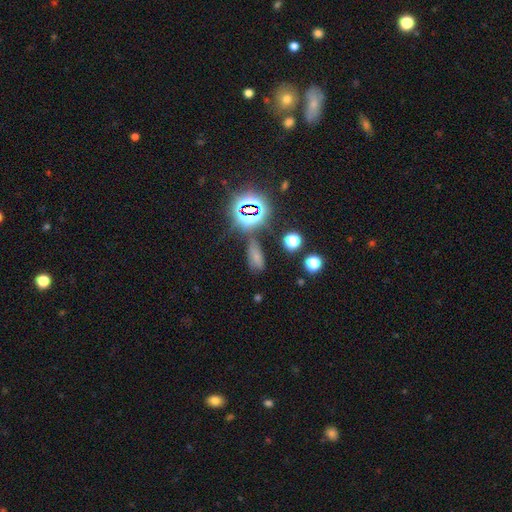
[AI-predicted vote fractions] A smooth galaxy with no disk features (50%).

Vote fractions:
- Smooth or featured? smooth: 50% / star or artifact: 37% / featured or disk: 13%
- Merging? none: 62% / minor disturbance: 20% / major disturbance: 9% / merger: 8%